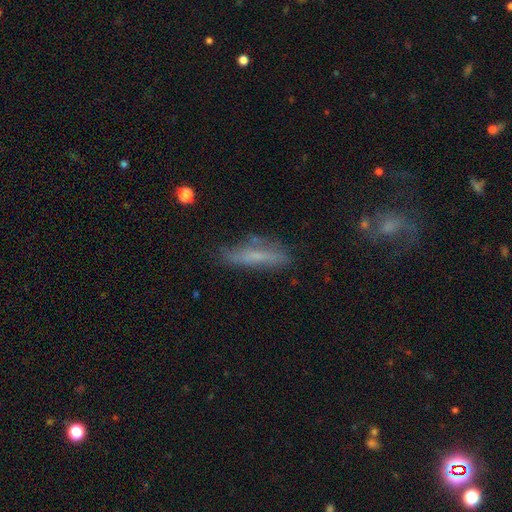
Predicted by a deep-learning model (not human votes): Overall: smooth (56%; featured or disk 34%). How rounded: cigar-shaped (75%). Merging: none (62%; minor disturbance 25%).